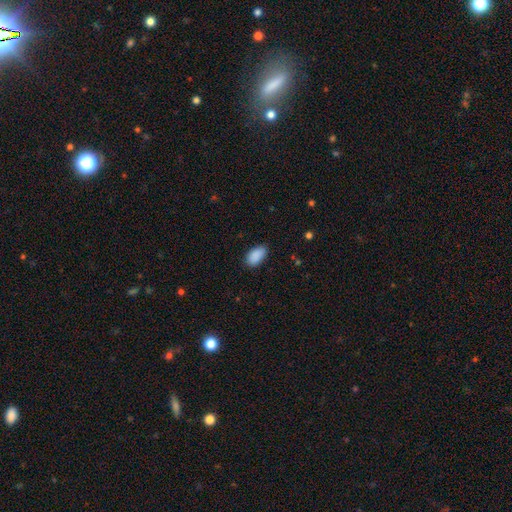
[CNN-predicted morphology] Smooth or featured: smooth — 90% (star or artifact — 7%)
How rounded: in between — 94% (round — 4%)
Merging: none — 83% (minor disturbance — 13%)